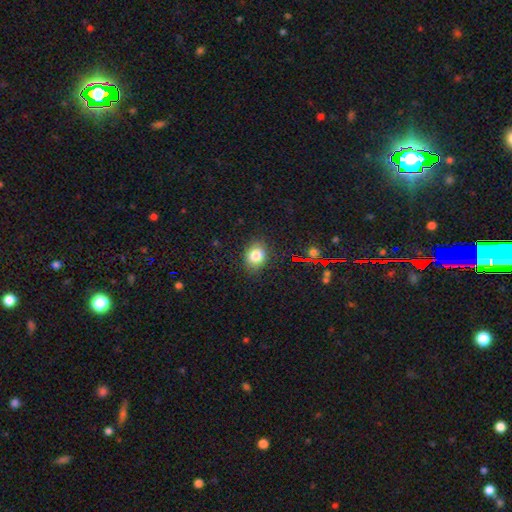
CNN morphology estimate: A smooth galaxy with no disk features (81%) that is round (53%).

Vote fractions:
- Smooth or featured? smooth: 81% / star or artifact: 12% / featured or disk: 7%
- How rounded? round: 53% / in between: 45% / cigar-shaped: 1%
- Merging? none: 83% / minor disturbance: 13% / major disturbance: 3% / merger: 1%